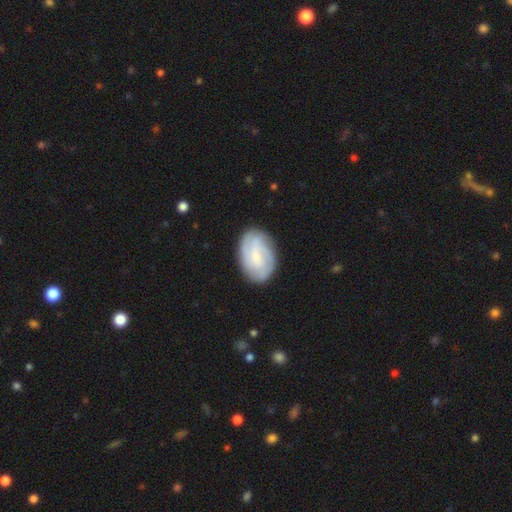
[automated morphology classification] smooth_or_featured: featured or disk (p=0.61) [alt: smooth p=0.32]
disk_edge_on: no (p=0.97) [alt: yes p=0.03]
bar: weak (p=0.45) [alt: no p=0.43]
has_spiral_arms: yes (p=0.90) [alt: no p=0.10]
spiral_winding: tight (p=0.54) [alt: medium p=0.33]
spiral_arm_count: can't tell (p=0.34) [alt: 3 p=0.24]
bulge_size: small (p=0.51) [alt: moderate p=0.27]
merging: none (p=0.81) [alt: minor disturbance p=0.14]